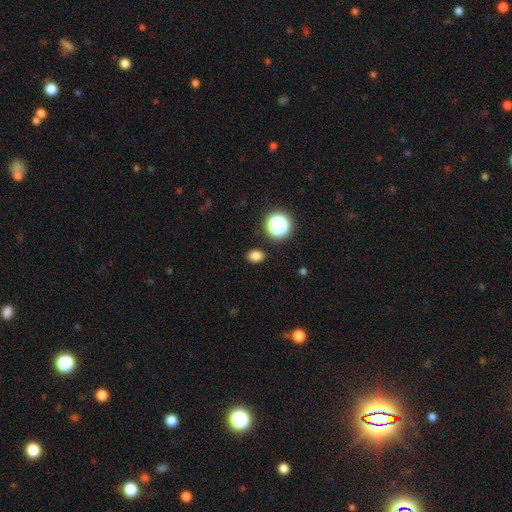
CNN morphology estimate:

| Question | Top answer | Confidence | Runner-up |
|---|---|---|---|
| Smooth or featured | smooth | 80% | star or artifact (15%) |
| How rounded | in between | 62% | round (37%) |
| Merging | none | 88% | minor disturbance (8%) |